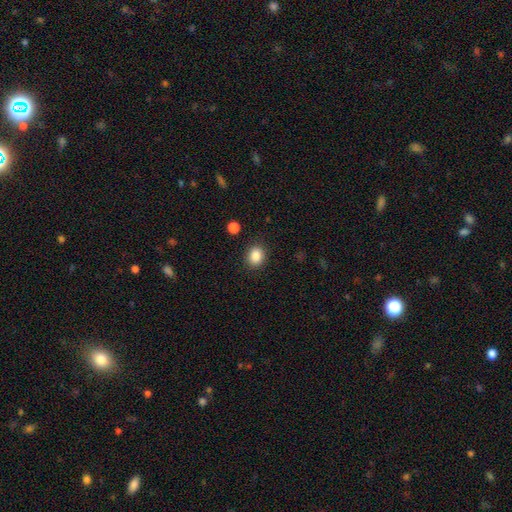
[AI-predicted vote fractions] Smooth or featured? smooth (86%)
How rounded? round (63%)
Merging? none (89%)